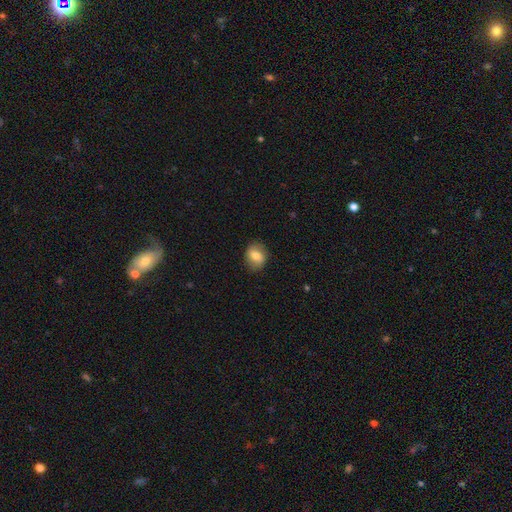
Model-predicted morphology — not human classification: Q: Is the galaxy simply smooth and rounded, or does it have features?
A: smooth — 71%.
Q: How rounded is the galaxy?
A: round — 51%.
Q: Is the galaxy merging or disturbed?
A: none — 82%.